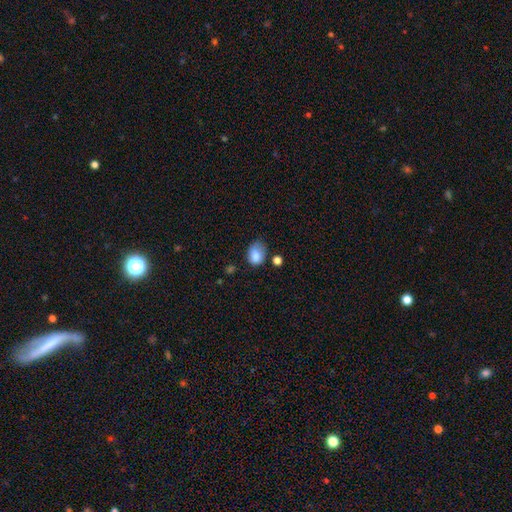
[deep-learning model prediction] Q: Smooth or featured?
A: smooth (82%); runner-up: star or artifact (9%)
Q: How rounded?
A: in between (66%); runner-up: round (33%)
Q: Merging?
A: none (42%); runner-up: minor disturbance (37%)